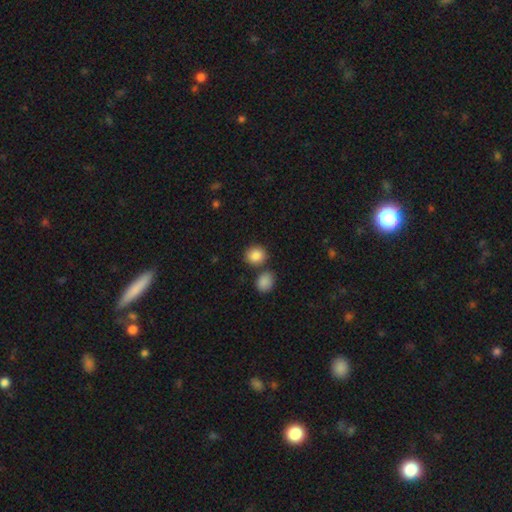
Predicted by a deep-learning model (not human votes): A smooth galaxy with no disk features (87%) that is round (77%).

Vote fractions:
- Smooth or featured? smooth: 87% / star or artifact: 8% / featured or disk: 5%
- How rounded? round: 77% / in between: 22% / cigar-shaped: 1%
- Merging? none: 70% / merger: 16% / minor disturbance: 10% / major disturbance: 3%